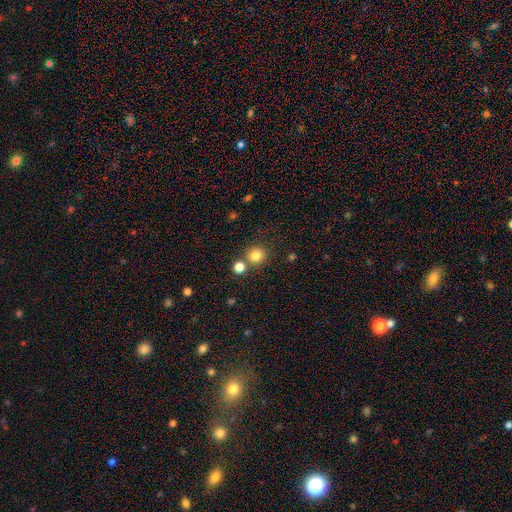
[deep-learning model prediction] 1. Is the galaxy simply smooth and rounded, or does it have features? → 82% smooth, 13% star or artifact, 6% featured or disk.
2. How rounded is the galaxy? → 92% round, 7% in between, 1% cigar-shaped.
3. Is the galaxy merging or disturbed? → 74% none, 16% merger, 7% minor disturbance, 3% major disturbance.